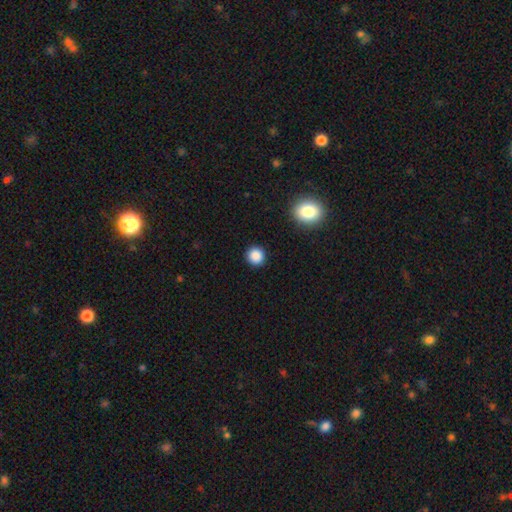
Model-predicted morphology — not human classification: smooth 87%, star or artifact 10%, featured or disk 3%. Down the decision tree: how rounded — round (94%); merging — none (92%).